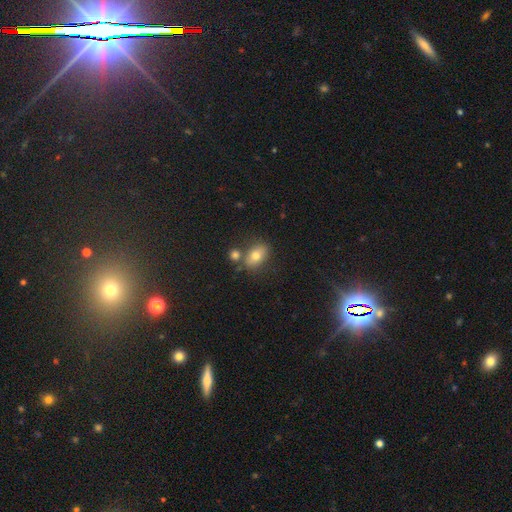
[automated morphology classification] This appears to be a smooth galaxy with no disk features (75%) that is in between round and cigar-shaped (80%). Merging: none (63%).